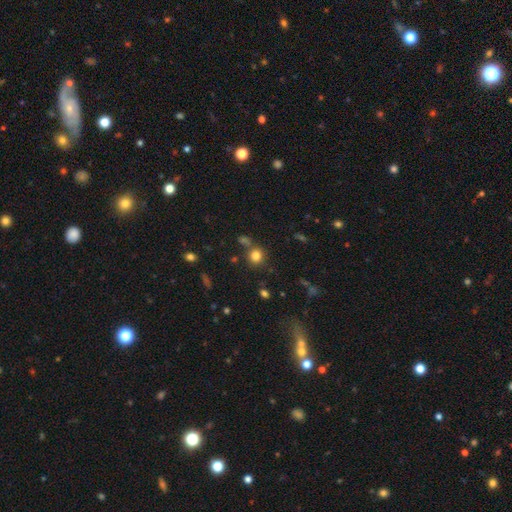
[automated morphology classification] smooth 81%, star or artifact 14%, featured or disk 6%. Down the decision tree: how rounded — round (86%); merging — none (74%).